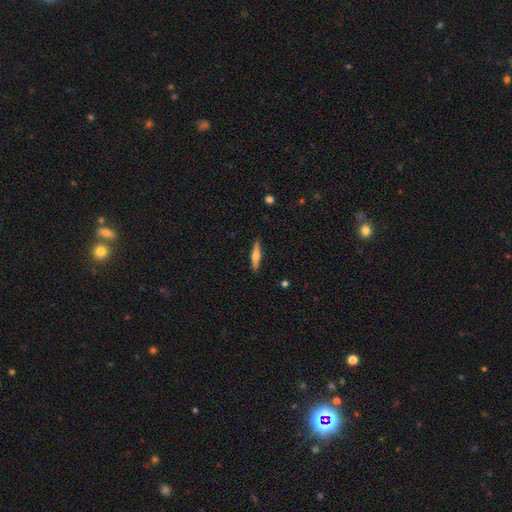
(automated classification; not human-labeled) Overall: smooth (50%; featured or disk 45%). Merging: none (89%).